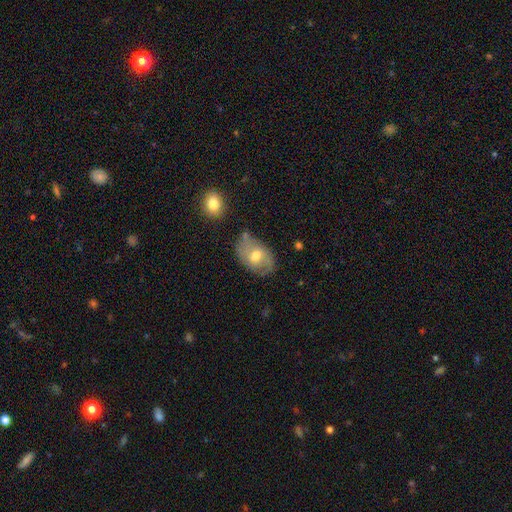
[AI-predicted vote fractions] This is possibly a smooth galaxy (48%). Merging: likely none (61%).